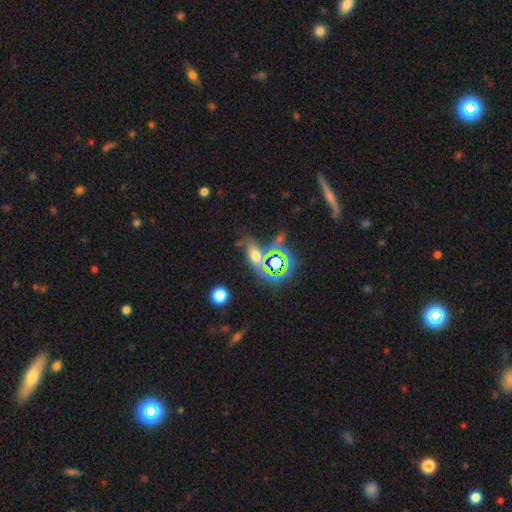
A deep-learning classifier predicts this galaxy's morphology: Smooth or featured? smooth (42%)
Merging? none (58%)